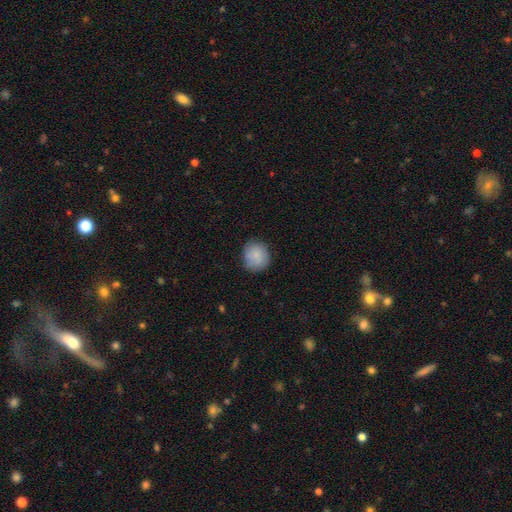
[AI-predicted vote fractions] Smooth or featured? smooth (84%)
How rounded? round (81%)
Merging? none (78%)